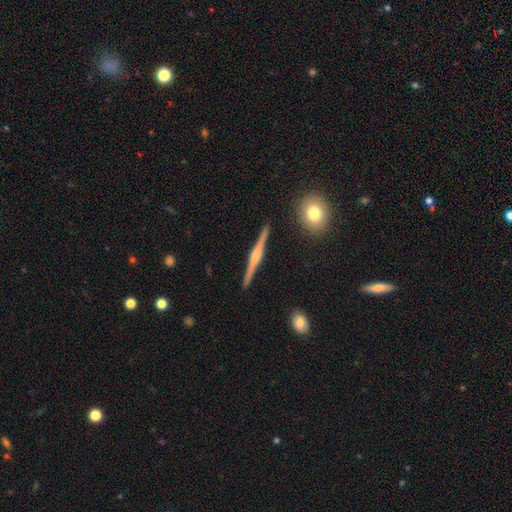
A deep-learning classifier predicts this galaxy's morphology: The model was most divided on "edge-on bulge": rounded: 76%, boxy: 16%, none: 8%. More confident: edge-on disk — yes (98%); merging — none (92%); smooth or featured — featured or disk (80%).